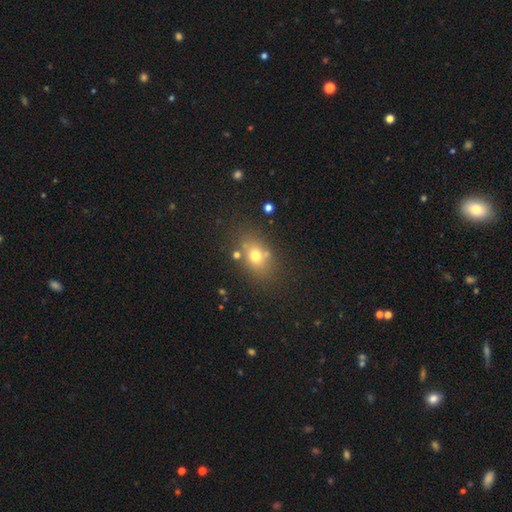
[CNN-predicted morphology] This appears to be a smooth galaxy with no disk features (68%) that is in between round and cigar-shaped (62%). Merging: none (73%).